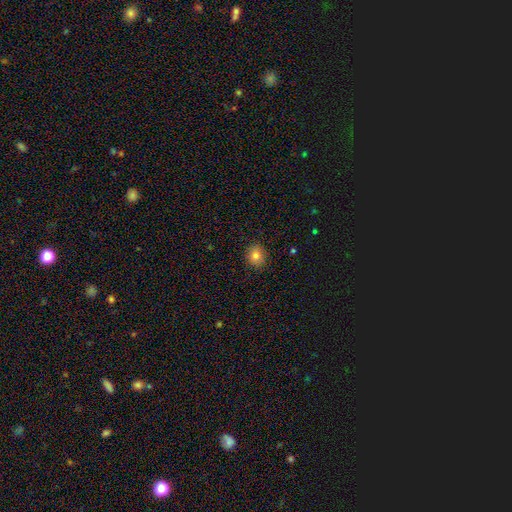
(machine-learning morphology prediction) smooth 81%, star or artifact 12%, featured or disk 8%. Down the decision tree: how rounded — round (75%); merging — none (90%).